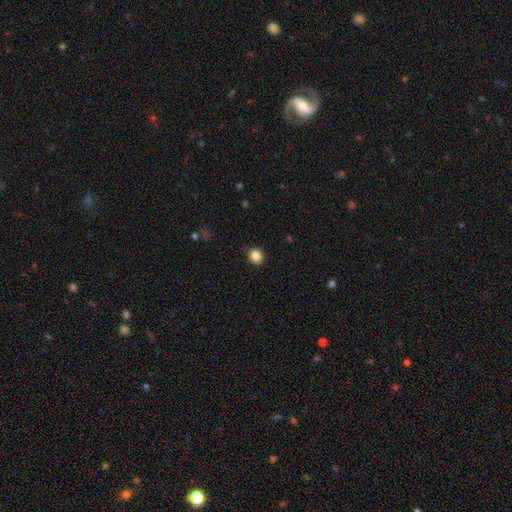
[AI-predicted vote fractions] Smooth or featured?
  - smooth: 85% *
  - star or artifact: 11%
  - featured or disk: 4%
How rounded?
  - round: 84% *
  - in between: 15%
  - cigar-shaped: 1%
Merging?
  - none: 89% *
  - minor disturbance: 8%
  - major disturbance: 2%
  - merger: 1%